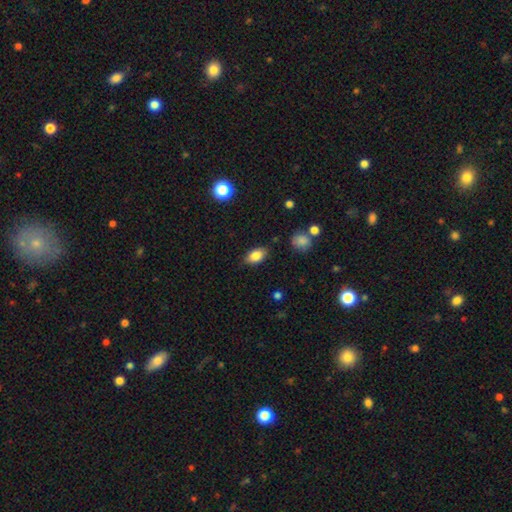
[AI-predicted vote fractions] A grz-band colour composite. It shows a smooth galaxy with no disk features (84%) that is in between round and cigar-shaped (88%). Merging: none (83%).